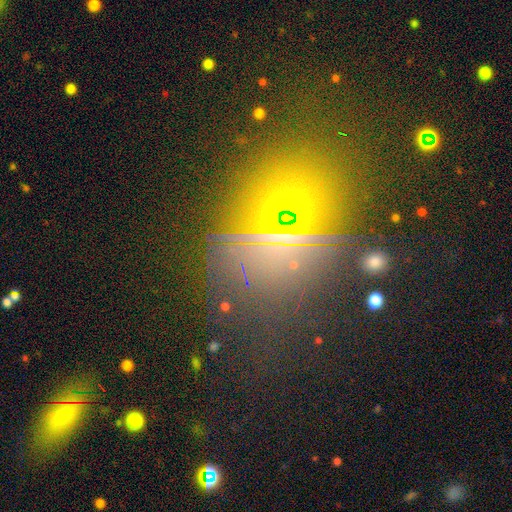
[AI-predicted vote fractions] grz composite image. It shows a star or artifact, not a galaxy (48%).